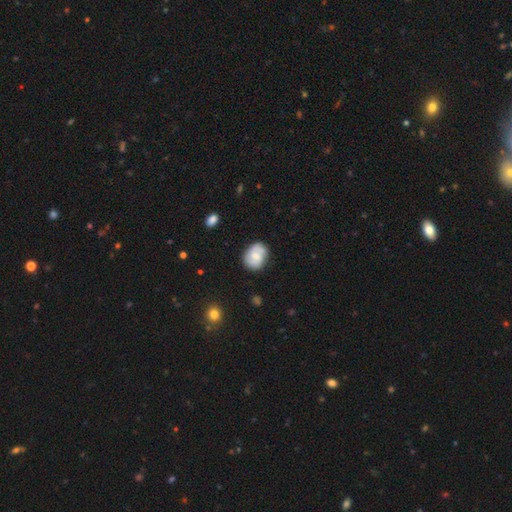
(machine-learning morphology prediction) Smooth or featured? Predicted: featured or disk (p=0.54). Edge-on disk? Predicted: no (p=0.97). Bar? Predicted: no (p=0.51). Spiral arms? Predicted: yes (p=0.88). Bulge size? Predicted: small (p=0.45). Merging? Predicted: none (p=0.75).